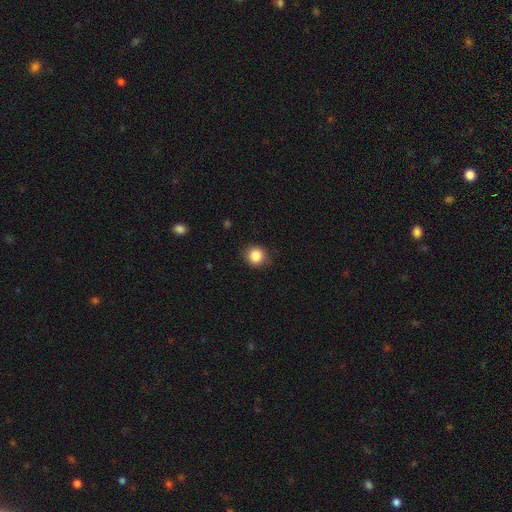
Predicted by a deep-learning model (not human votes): smooth-or-featured: smooth: 86% | star or artifact: 10% | featured or disk: 4%
  how-rounded: round: 87% | in between: 12% | cigar-shaped: 1%
  merging: none: 84% | minor disturbance: 12% | major disturbance: 3% | merger: 1%